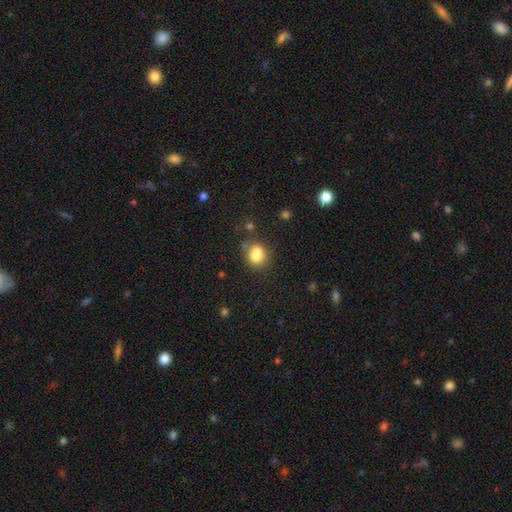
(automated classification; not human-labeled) This appears to be a smooth galaxy with no disk features (79%) that is round (58%). Merging: none (56%).